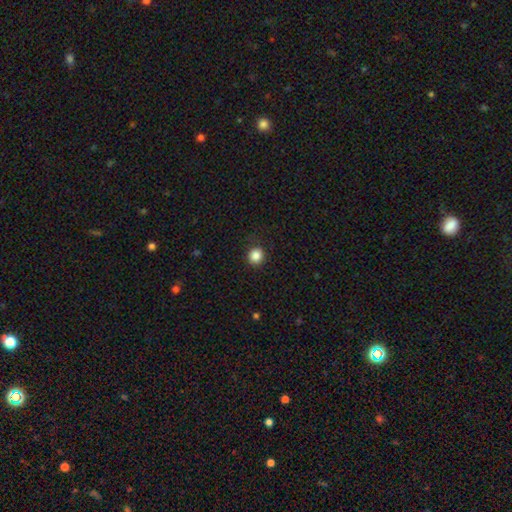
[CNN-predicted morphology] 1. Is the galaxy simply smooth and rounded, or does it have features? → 86% smooth, 11% star or artifact, 4% featured or disk.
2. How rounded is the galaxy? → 89% round, 10% in between, 1% cigar-shaped.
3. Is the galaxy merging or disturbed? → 88% none, 9% minor disturbance, 3% major disturbance, 1% merger.